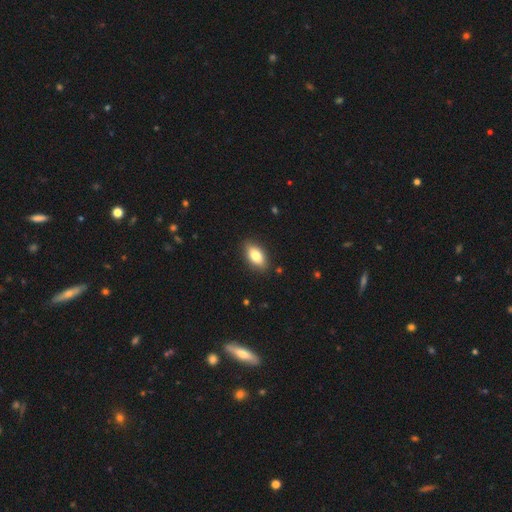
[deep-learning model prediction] smooth 80%, featured or disk 13%, star or artifact 7%. Down the decision tree: how rounded — in between (89%); merging — none (87%).